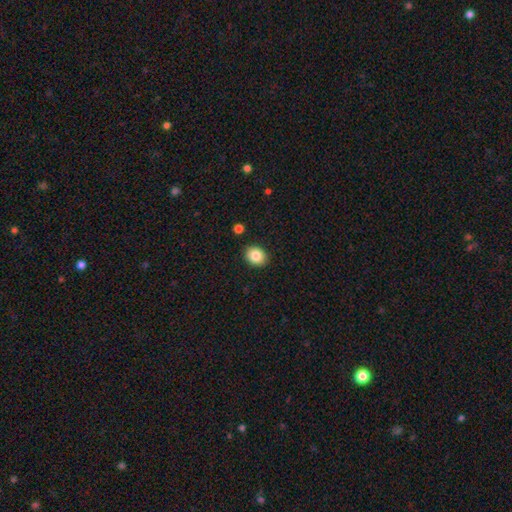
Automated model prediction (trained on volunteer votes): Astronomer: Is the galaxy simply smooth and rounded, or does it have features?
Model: smooth — 85%.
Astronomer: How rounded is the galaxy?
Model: round — 54% (runner-up: in between, 45%).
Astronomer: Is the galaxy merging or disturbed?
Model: none — 90%.